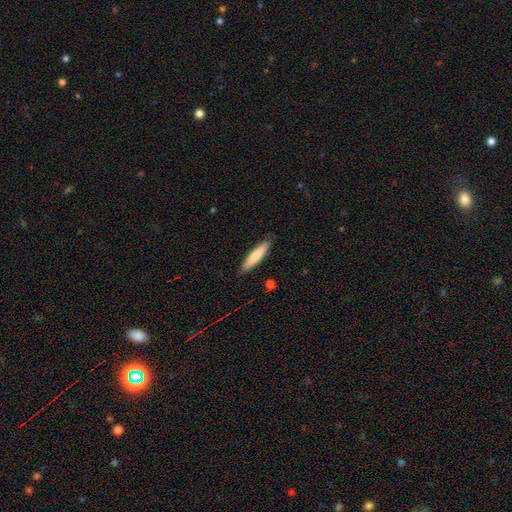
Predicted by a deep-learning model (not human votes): Smooth or featured?
  - smooth: 79% *
  - featured or disk: 16%
  - star or artifact: 6%
How rounded?
  - cigar-shaped: 84% *
  - in between: 15%
  - round: 1%
Merging?
  - none: 87% *
  - minor disturbance: 10%
  - major disturbance: 2%
  - merger: 1%